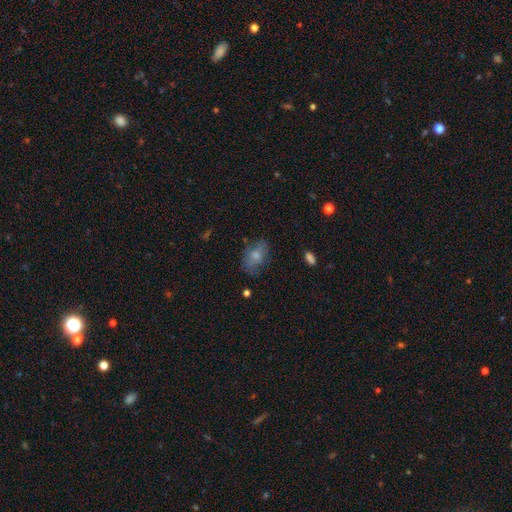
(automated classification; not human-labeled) This appears to be a smooth galaxy with no disk features (67%) that is in between round and cigar-shaped (83%). Merging: none (63%).